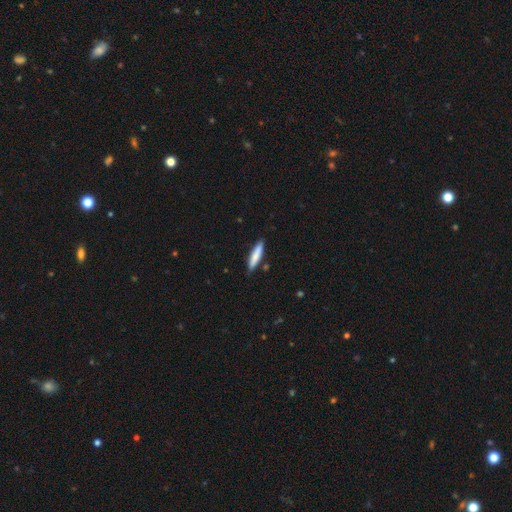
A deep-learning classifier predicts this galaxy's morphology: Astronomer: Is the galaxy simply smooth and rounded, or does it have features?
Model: smooth — 79%.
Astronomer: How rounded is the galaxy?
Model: cigar-shaped — 83%.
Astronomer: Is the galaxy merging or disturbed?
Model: none — 85%.